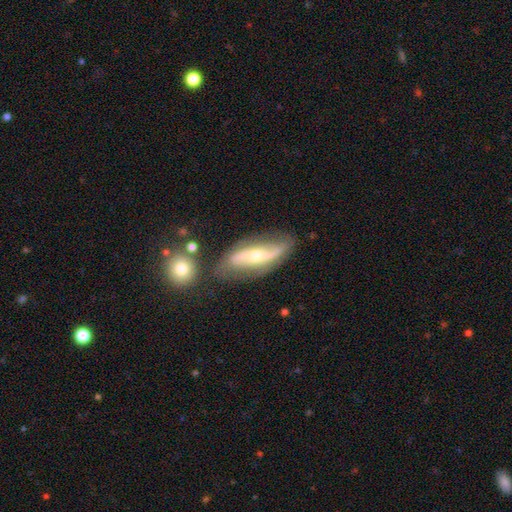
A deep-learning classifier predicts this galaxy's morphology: A featured or disk galaxy (77%) with no bar (37%), 2 (86%) loose (62%) spiral arms (89%) and a moderate central bulge (48%). Merging: none (65%).